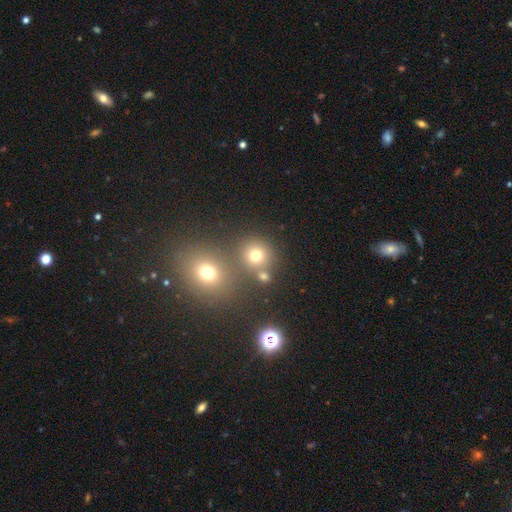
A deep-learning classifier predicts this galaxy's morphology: The model was most divided on "merging": none: 66%, merger: 22%, minor disturbance: 7%, major disturbance: 4%. More confident: how rounded — round (87%); smooth or featured — smooth (74%).